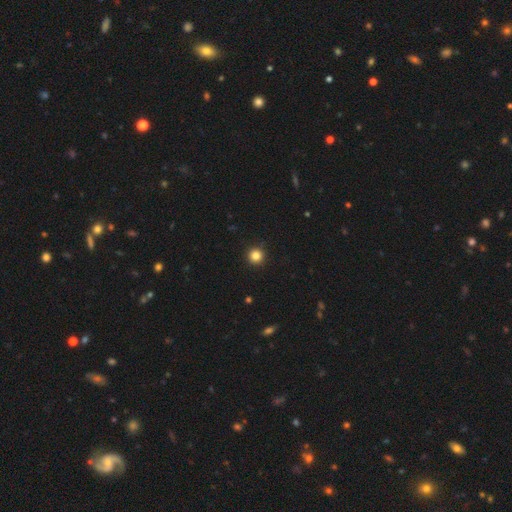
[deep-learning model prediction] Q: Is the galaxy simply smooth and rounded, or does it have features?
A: smooth — 84%.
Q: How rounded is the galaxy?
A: round — 96%.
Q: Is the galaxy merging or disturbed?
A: none — 93%.